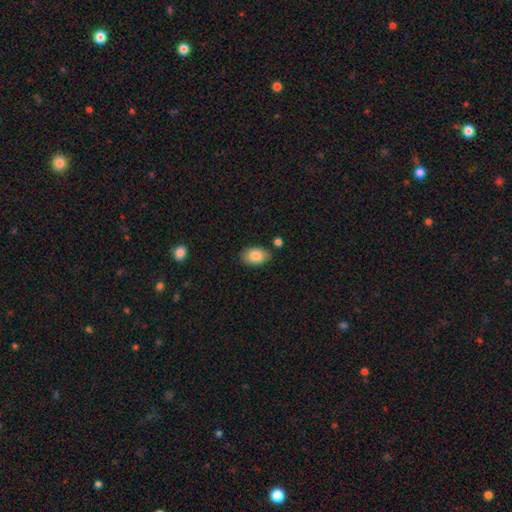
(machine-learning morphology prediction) This is clearly a smooth galaxy (84%). How rounded: clearly in between (88%). Merging: clearly none (80%).